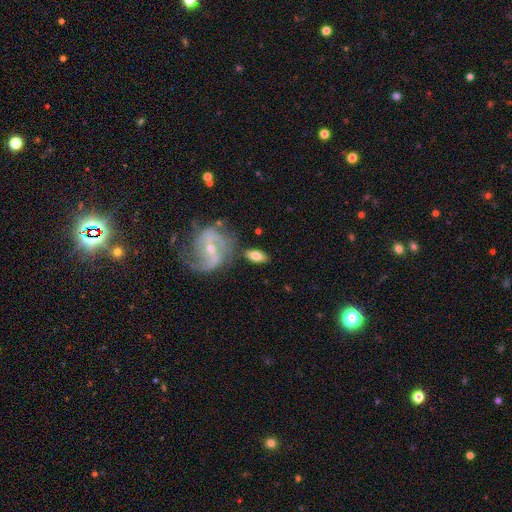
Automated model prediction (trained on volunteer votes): Smooth or featured: smooth — 64% (featured or disk — 30%)
How rounded: in between — 89% (round — 6%)
Merging: none — 73% (minor disturbance — 14%)